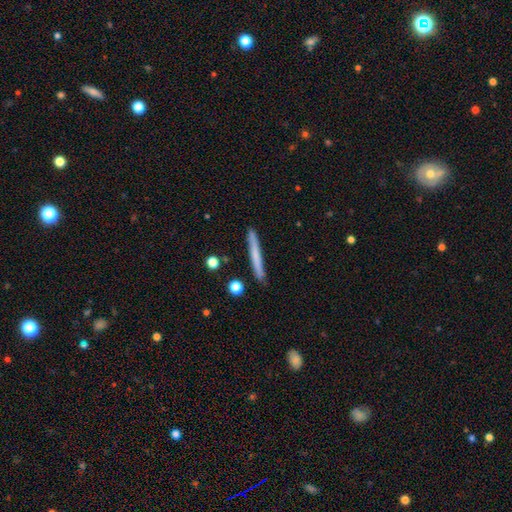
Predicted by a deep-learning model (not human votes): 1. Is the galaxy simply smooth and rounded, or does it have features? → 62% smooth, 32% featured or disk, 6% star or artifact.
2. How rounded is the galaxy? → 97% cigar-shaped, 2% in between, 1% round.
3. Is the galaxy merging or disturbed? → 90% none, 7% minor disturbance, 2% merger, 1% major disturbance.